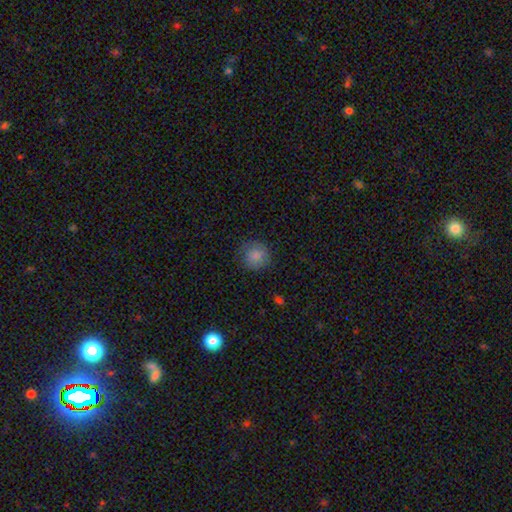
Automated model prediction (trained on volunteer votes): Smooth or featured? Predicted: smooth (p=0.85). How rounded? Predicted: round (p=0.92). Merging? Predicted: none (p=0.83).